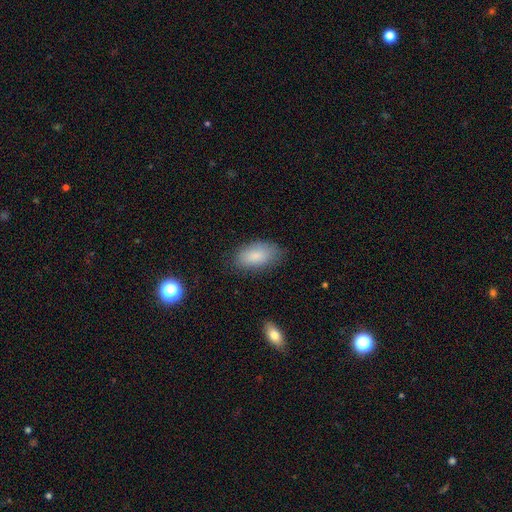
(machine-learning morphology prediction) smooth_or_featured: smooth (p=0.85) [alt: featured or disk p=0.08]
how_rounded: in between (p=0.93) [alt: round p=0.04]
merging: none (p=0.78) [alt: minor disturbance p=0.16]